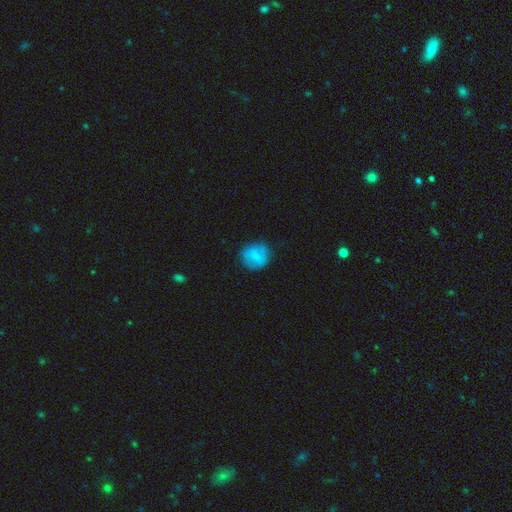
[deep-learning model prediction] smooth 73%, featured or disk 18%, star or artifact 9%. Down the decision tree: how rounded — round (78%); merging — none (74%).